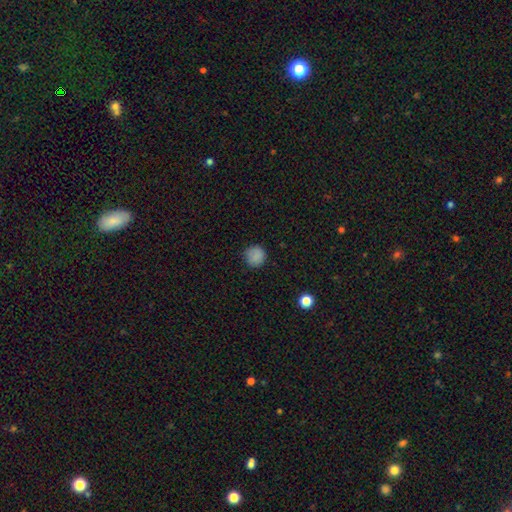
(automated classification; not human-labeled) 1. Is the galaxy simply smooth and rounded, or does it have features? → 85% smooth, 11% star or artifact, 4% featured or disk.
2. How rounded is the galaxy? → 94% round, 5% in between, 1% cigar-shaped.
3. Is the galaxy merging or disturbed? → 87% none, 10% minor disturbance, 2% major disturbance, 1% merger.